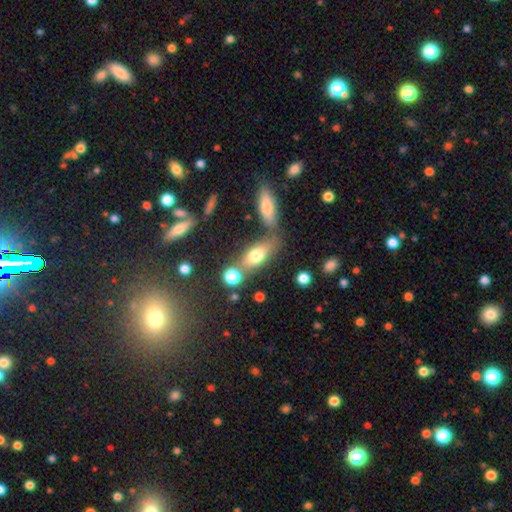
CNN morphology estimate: Smooth or featured? smooth (69%)
How rounded? in between (72%)
Merging? none (53%)